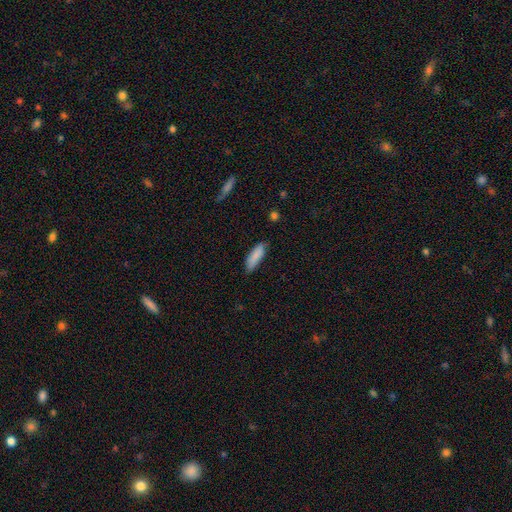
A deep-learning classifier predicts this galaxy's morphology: smooth_or_featured: smooth (p=0.87) [alt: featured or disk p=0.07]
how_rounded: in between (p=0.54) [alt: cigar-shaped p=0.45]
merging: none (p=0.75) [alt: minor disturbance p=0.20]